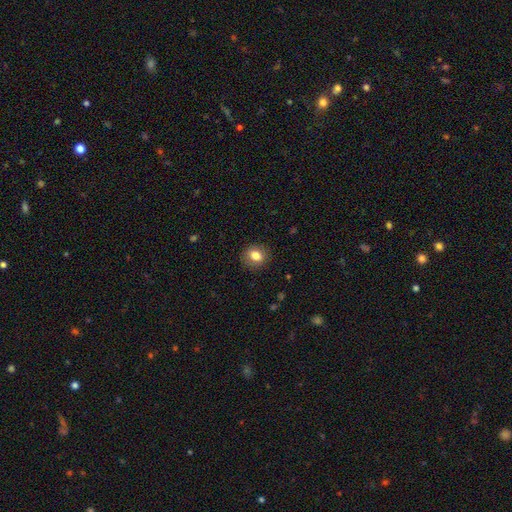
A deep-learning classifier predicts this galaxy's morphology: This is clearly a smooth galaxy (82%). How rounded: likely round (69%). Merging: clearly none (88%).